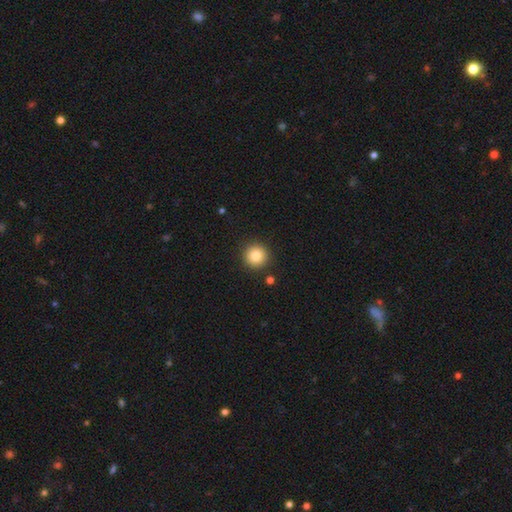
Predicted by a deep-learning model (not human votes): This appears to be a smooth galaxy with no disk features (84%) that is round (95%). Merging: none (91%).